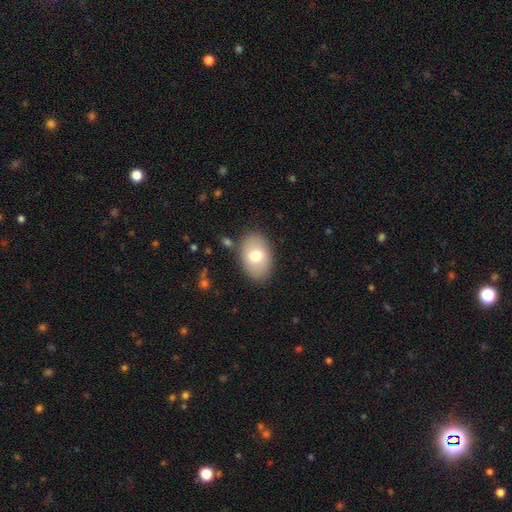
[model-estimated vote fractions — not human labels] smooth_or_featured: smooth (p=0.74) [alt: featured or disk p=0.19]
how_rounded: in between (p=0.86) [alt: round p=0.13]
merging: none (p=0.84) [alt: minor disturbance p=0.11]